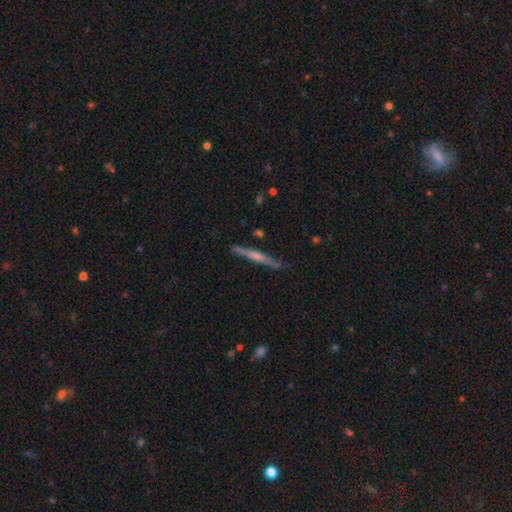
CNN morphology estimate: This appears to be a featured or disk galaxy (60%) viewed edge-on (96%) with a rounded central bulge (42%). Merging: none (82%).